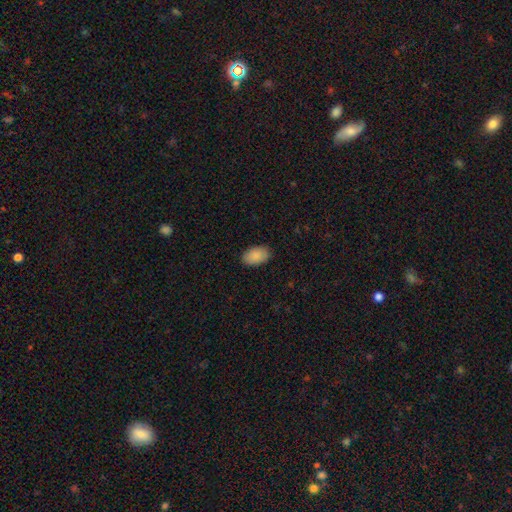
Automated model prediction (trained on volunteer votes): This appears to be a smooth galaxy with no disk features (90%) that is in between round and cigar-shaped (93%). Merging: none (88%).